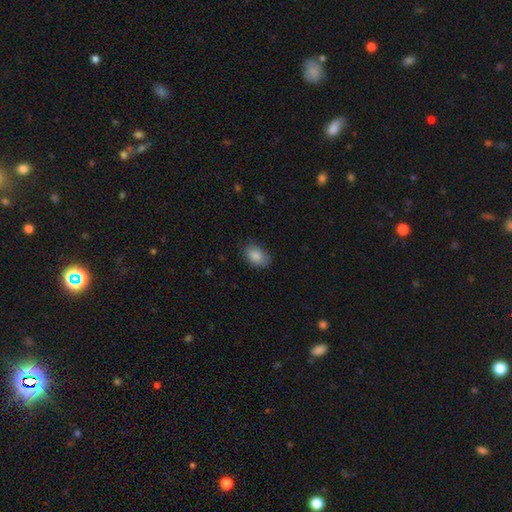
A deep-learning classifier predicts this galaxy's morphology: A smooth galaxy with no disk features (87%) that is in between round and cigar-shaped (85%). Merging: none (77%).